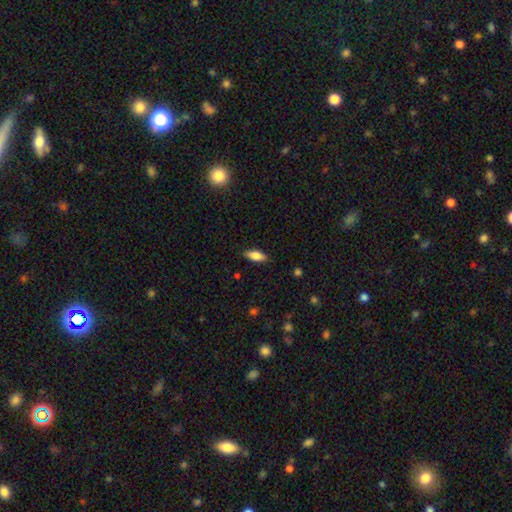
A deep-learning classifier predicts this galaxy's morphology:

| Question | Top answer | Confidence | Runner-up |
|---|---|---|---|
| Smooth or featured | smooth | 80% | featured or disk (14%) |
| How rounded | in between | 77% | cigar-shaped (21%) |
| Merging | none | 86% | minor disturbance (11%) |